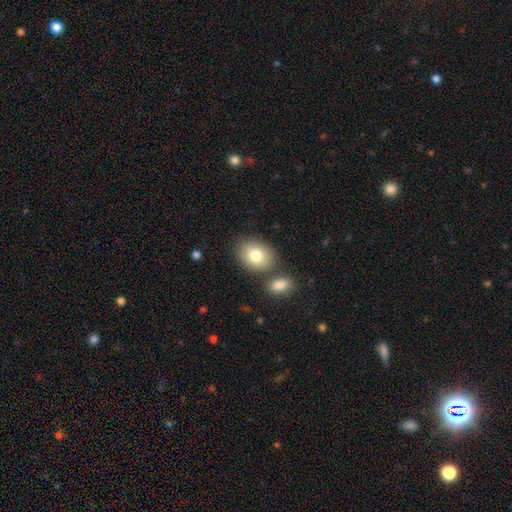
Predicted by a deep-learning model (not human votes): This appears to be a smooth galaxy with no disk features (81%) that is in between round and cigar-shaped (68%). Merging: none (68%).